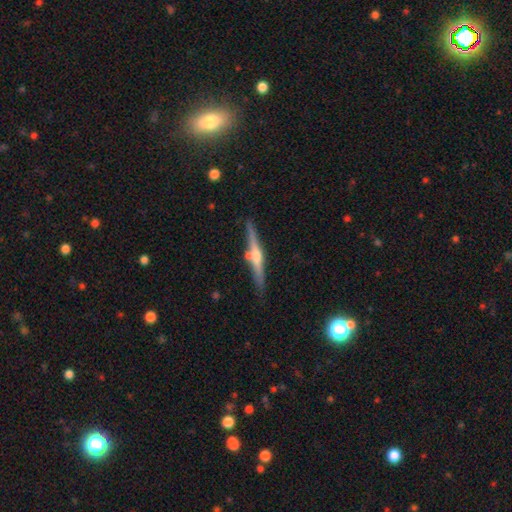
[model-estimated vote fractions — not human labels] Q: Smooth or featured?
A: featured or disk (69%); runner-up: smooth (25%)
Q: Edge-on disk?
A: yes (97%); runner-up: no (3%)
Q: Edge-on bulge?
A: rounded (87%); runner-up: none (8%)
Q: Merging?
A: none (81%); runner-up: minor disturbance (11%)